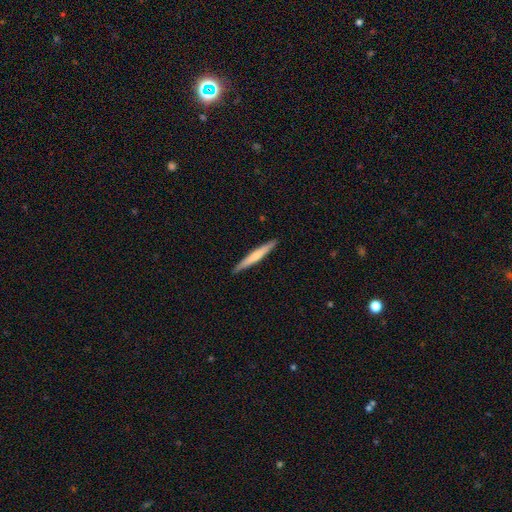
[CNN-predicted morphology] Smooth or featured? smooth (56%)
How rounded? cigar-shaped (96%)
Merging? none (91%)